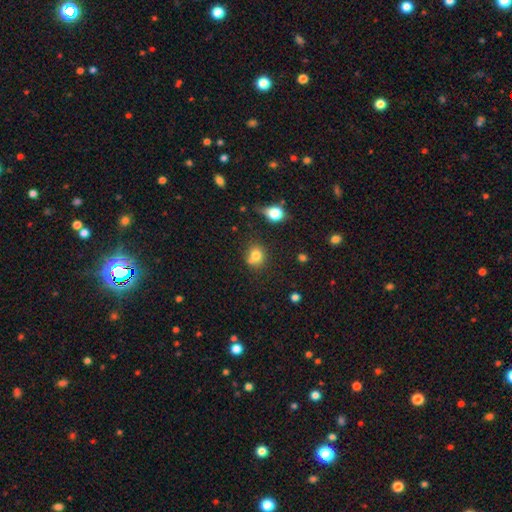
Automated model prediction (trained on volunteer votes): A smooth galaxy with no disk features (75%) that is round (72%). Merging: none (55%).